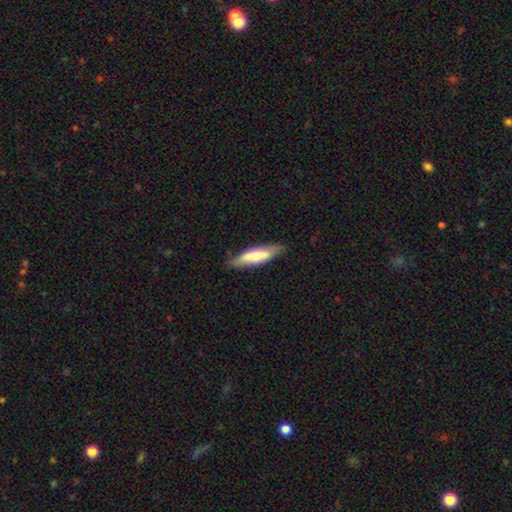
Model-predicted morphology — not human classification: type=smooth (52%); roundness=cigar-shaped (57%); merging=none (80%).